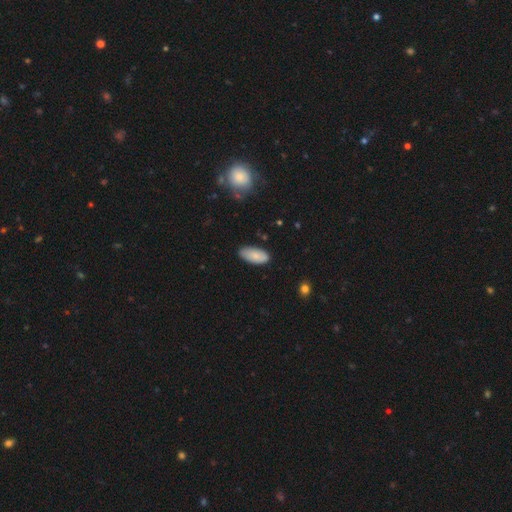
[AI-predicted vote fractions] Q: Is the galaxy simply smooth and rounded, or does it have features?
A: smooth — 82%.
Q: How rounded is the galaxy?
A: in between — 92%.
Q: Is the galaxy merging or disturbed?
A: none — 80%.